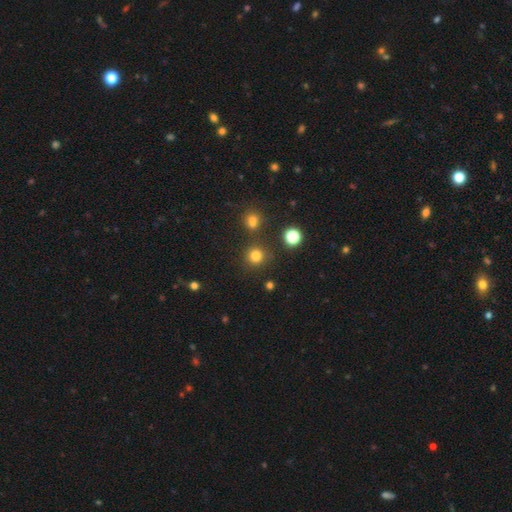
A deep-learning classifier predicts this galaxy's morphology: type=smooth (78%); roundness=round (93%); merging=none (83%).